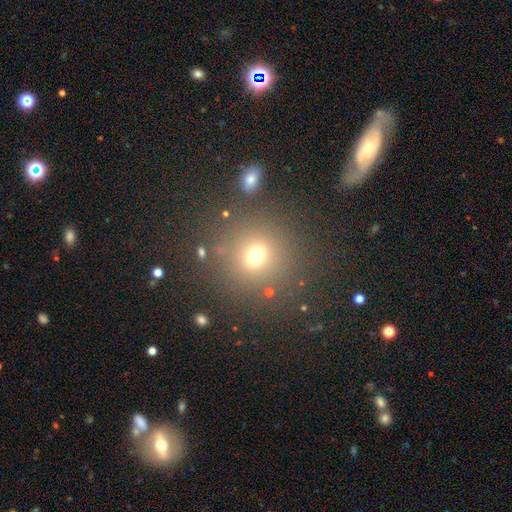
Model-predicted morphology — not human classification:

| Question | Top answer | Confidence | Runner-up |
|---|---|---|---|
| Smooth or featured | smooth | 69% | star or artifact (21%) |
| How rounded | round | 84% | in between (15%) |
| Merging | none | 79% | minor disturbance (9%) |